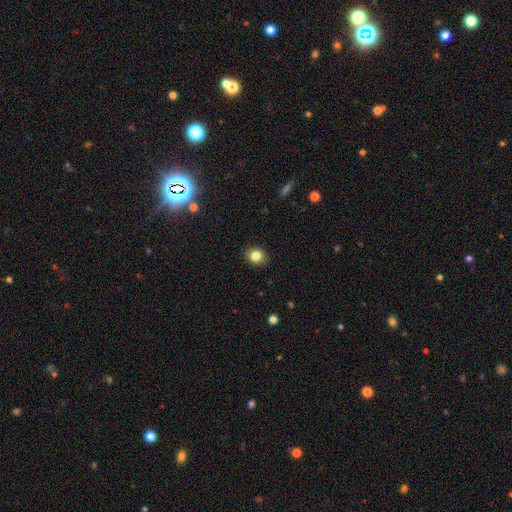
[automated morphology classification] Smooth or featured? Predicted: smooth (p=0.83). How rounded? Predicted: round (p=0.65). Merging? Predicted: none (p=0.88).